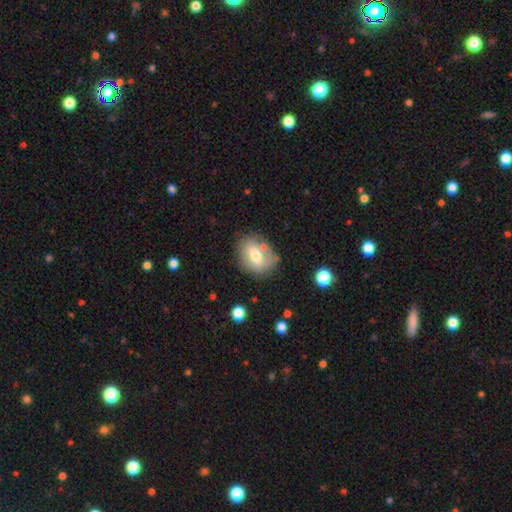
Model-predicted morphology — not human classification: Overall: smooth (60%; featured or disk 31%). How rounded: in between (61%; round 37%). Merging: none (67%).